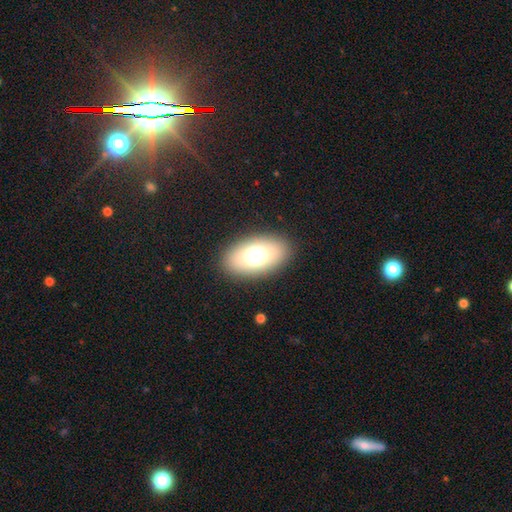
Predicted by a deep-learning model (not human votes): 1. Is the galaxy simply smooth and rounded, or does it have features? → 70% smooth, 18% featured or disk, 11% star or artifact.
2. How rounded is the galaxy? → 87% in between, 11% round, 2% cigar-shaped.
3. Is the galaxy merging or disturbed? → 87% none, 8% minor disturbance, 4% major disturbance, 1% merger.